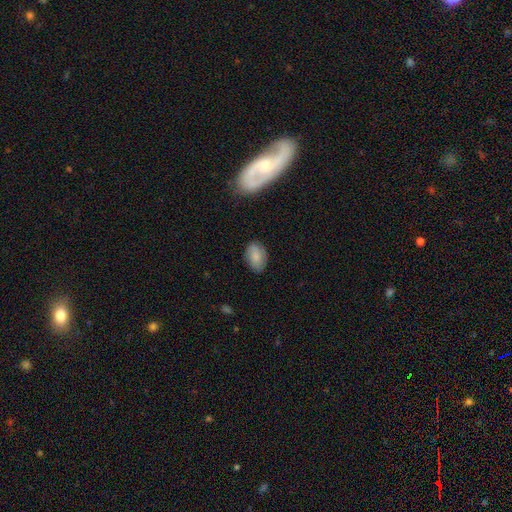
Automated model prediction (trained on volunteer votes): Overall: smooth (83%). How rounded: in between (88%). Merging: none (79%).